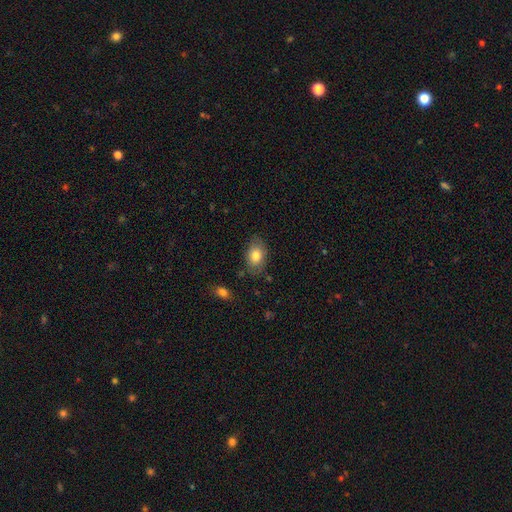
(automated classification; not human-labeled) smooth-or-featured: smooth: 80% | featured or disk: 13% | star or artifact: 7%
  how-rounded: in between: 85% | round: 13% | cigar-shaped: 1%
  merging: none: 79% | minor disturbance: 16% | major disturbance: 4% | merger: 2%